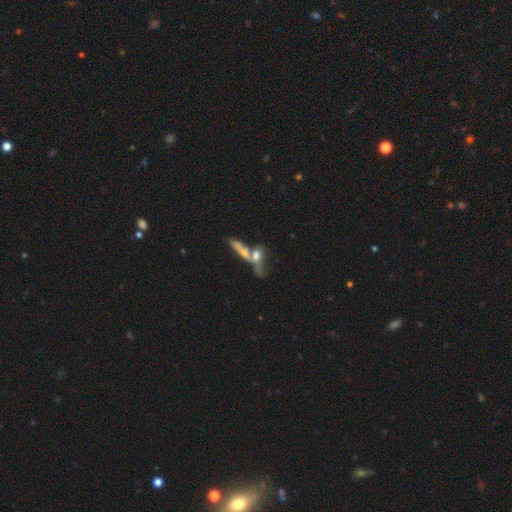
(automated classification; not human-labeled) Morphology: type=smooth (50%); merging=merger (58%).